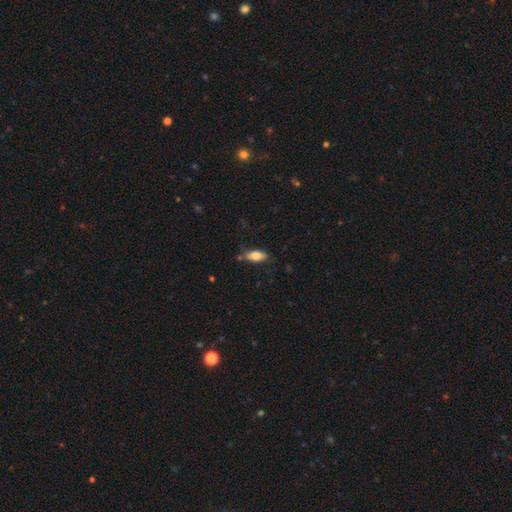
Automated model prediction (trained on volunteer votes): Smooth or featured?
  - smooth: 75% *
  - featured or disk: 18%
  - star or artifact: 7%
How rounded?
  - in between: 83% *
  - cigar-shaped: 14%
  - round: 3%
Merging?
  - none: 74% *
  - minor disturbance: 17%
  - merger: 5%
  - major disturbance: 4%